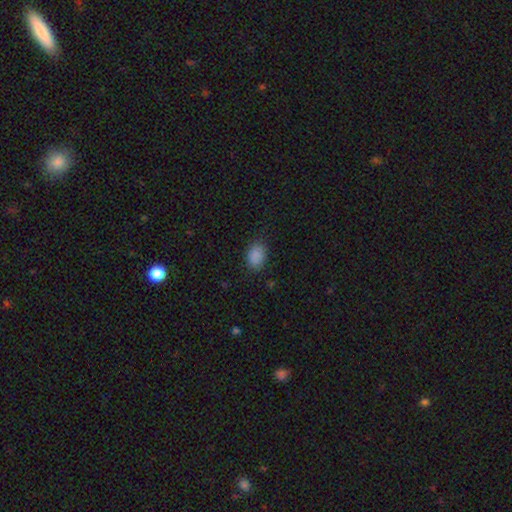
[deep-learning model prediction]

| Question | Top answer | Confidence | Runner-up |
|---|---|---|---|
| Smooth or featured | smooth | 87% | star or artifact (10%) |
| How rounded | in between | 78% | round (21%) |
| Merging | none | 82% | minor disturbance (14%) |